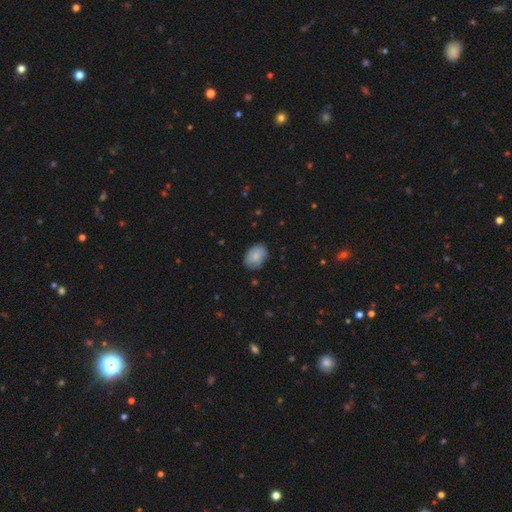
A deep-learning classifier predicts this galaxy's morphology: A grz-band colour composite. It shows a smooth galaxy with no disk features (82%) that is in between round and cigar-shaped (83%). Merging: none (75%).